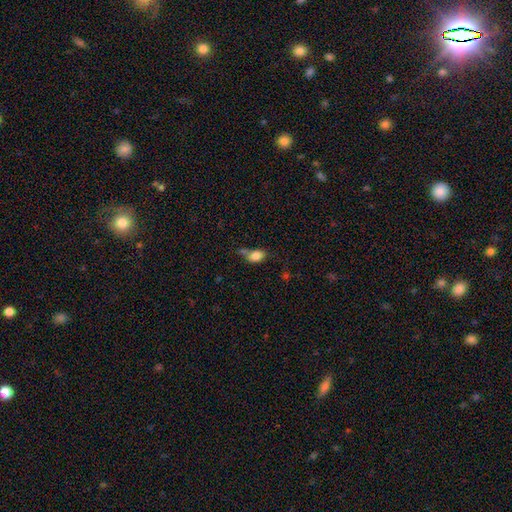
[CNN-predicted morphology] This is clearly a smooth galaxy (82%). How rounded: likely in between (79%). Merging: marginally none (40%).